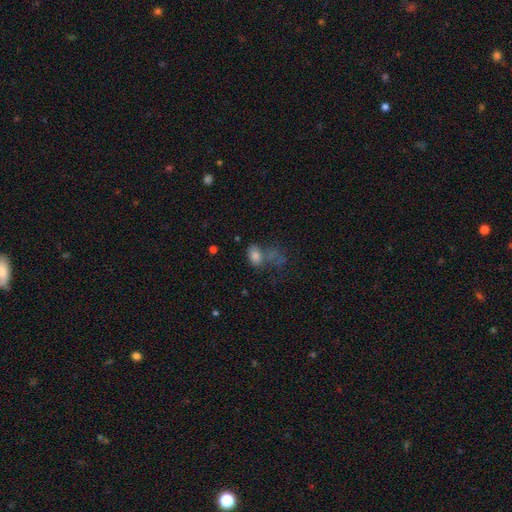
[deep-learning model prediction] Q: Smooth or featured?
A: smooth (76%); runner-up: star or artifact (13%)
Q: How rounded?
A: in between (80%); runner-up: round (18%)
Q: Merging?
A: none (38%); runner-up: merger (27%)